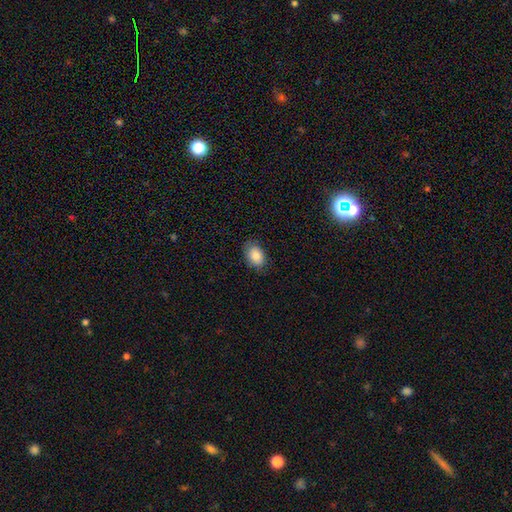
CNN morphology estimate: smooth 87%, star or artifact 7%, featured or disk 6%. Down the decision tree: how rounded — in between (83%); merging — none (81%).